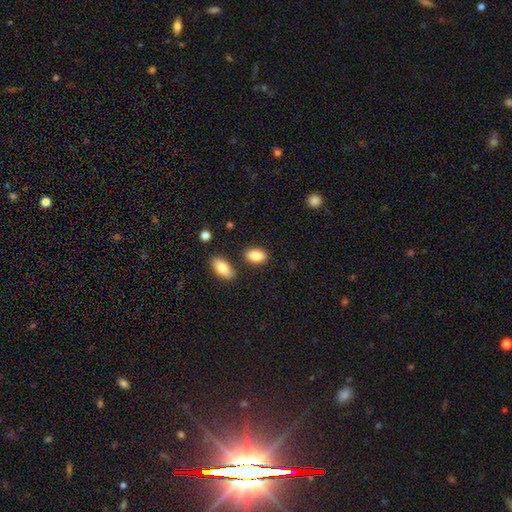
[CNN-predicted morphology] This appears to be a smooth galaxy with no disk features (88%) that is in between round and cigar-shaped (89%). Merging: none (82%).